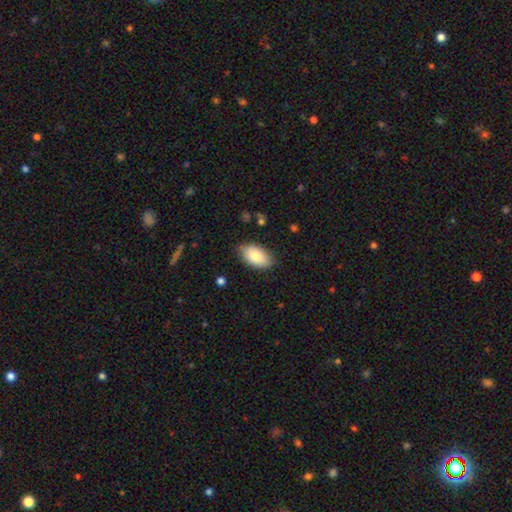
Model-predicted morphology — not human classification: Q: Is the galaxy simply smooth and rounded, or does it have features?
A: smooth — 80%.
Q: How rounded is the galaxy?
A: in between — 94%.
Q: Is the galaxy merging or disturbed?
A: none — 80%.